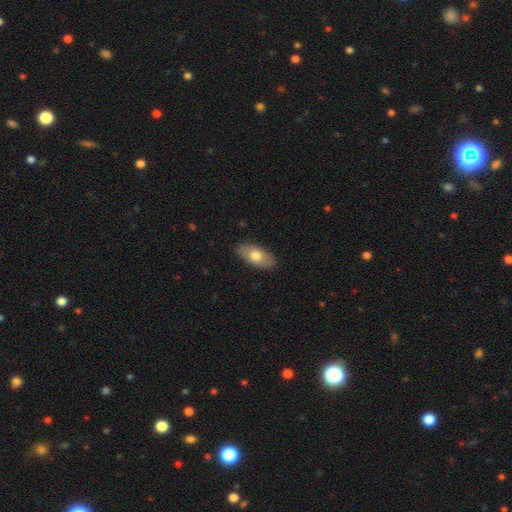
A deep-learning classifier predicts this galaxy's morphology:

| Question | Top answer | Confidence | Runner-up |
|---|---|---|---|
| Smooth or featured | smooth | 71% | featured or disk (24%) |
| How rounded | in between | 91% | cigar-shaped (6%) |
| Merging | none | 86% | minor disturbance (11%) |